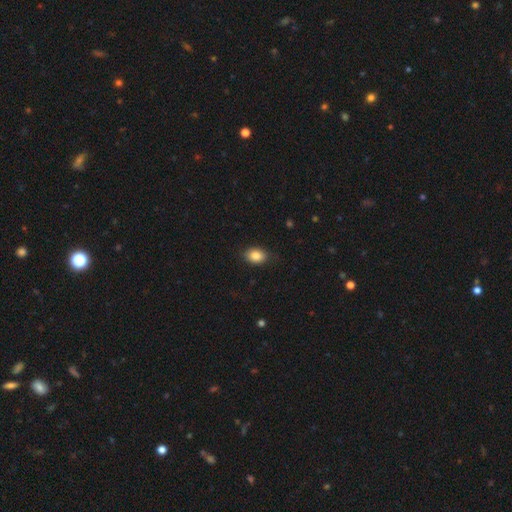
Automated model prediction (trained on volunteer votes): A smooth galaxy with no disk features (86%) that is in between round and cigar-shaped (77%). Merging: none (83%).